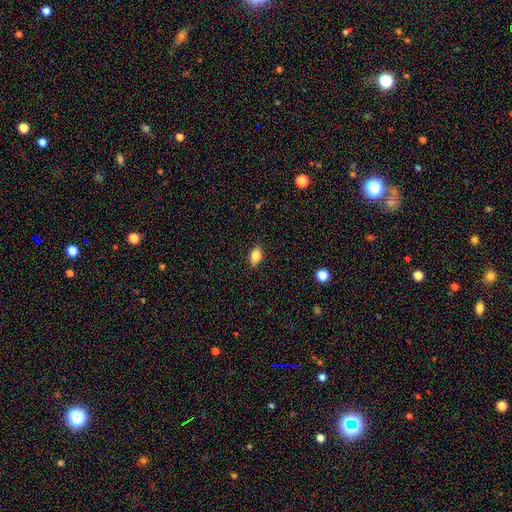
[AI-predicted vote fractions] A smooth galaxy with no disk features (79%) that is in between round and cigar-shaped (82%). Merging: none (84%).